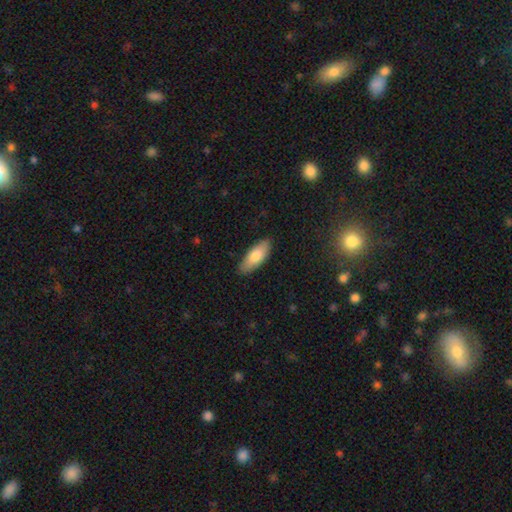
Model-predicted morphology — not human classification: The model was most divided on "how rounded": in between: 77%, cigar-shaped: 21%, round: 2%. More confident: merging — none (87%); smooth or featured — smooth (78%).